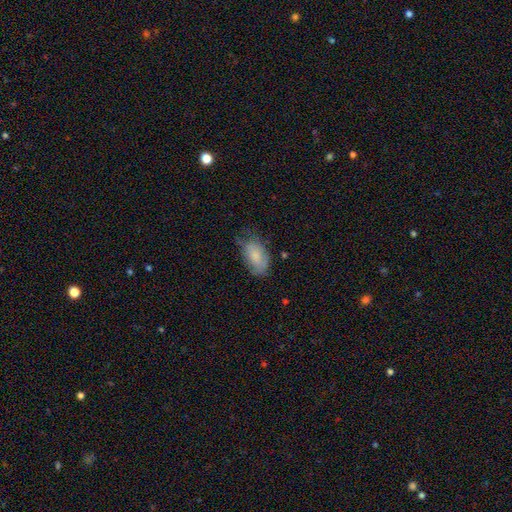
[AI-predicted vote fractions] Smooth or featured: smooth — 75% (featured or disk — 18%)
How rounded: in between — 93% (round — 5%)
Merging: none — 51% (minor disturbance — 35%)